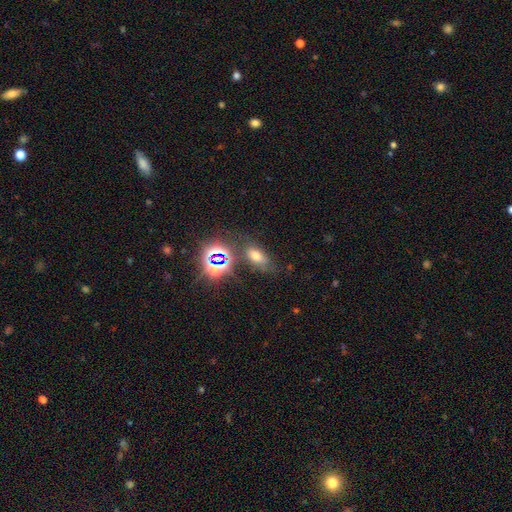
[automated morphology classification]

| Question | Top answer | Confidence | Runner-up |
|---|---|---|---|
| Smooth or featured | smooth | 55% | star or artifact (34%) |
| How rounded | in between | 84% | round (11%) |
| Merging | none | 66% | minor disturbance (17%) |